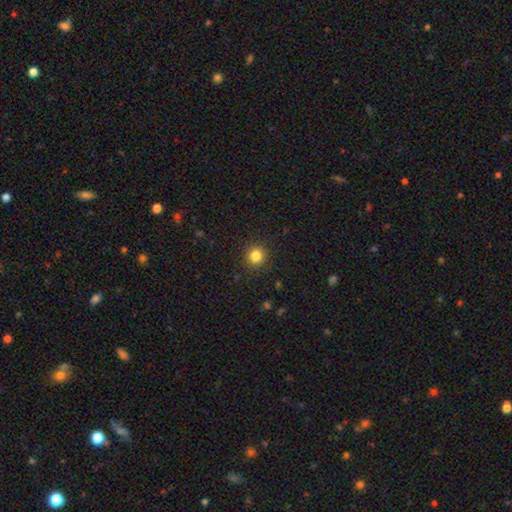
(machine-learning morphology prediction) This is clearly a smooth galaxy (84%). How rounded: clearly round (92%). Merging: clearly none (91%).